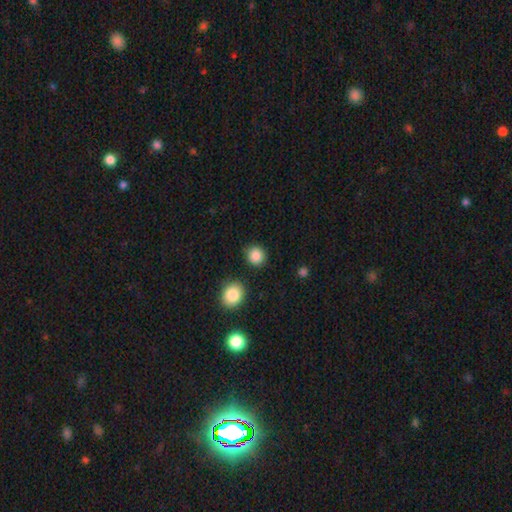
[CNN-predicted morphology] This is clearly a smooth galaxy (87%). How rounded: clearly round (88%). Merging: clearly none (87%).